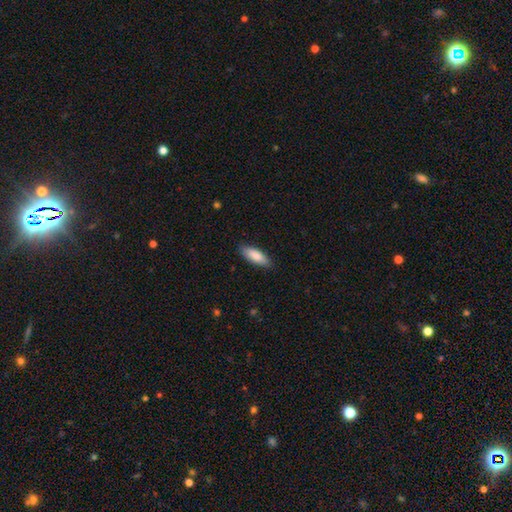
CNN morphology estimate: type=smooth (86%); roundness=in between (65%); merging=none (86%).